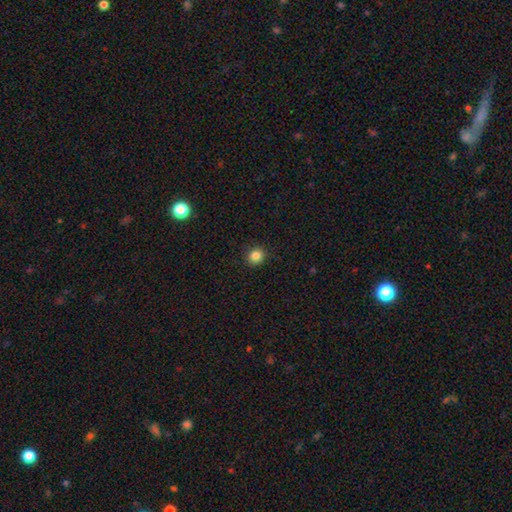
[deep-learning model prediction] Smooth or featured? smooth (84%)
How rounded? round (91%)
Merging? none (92%)